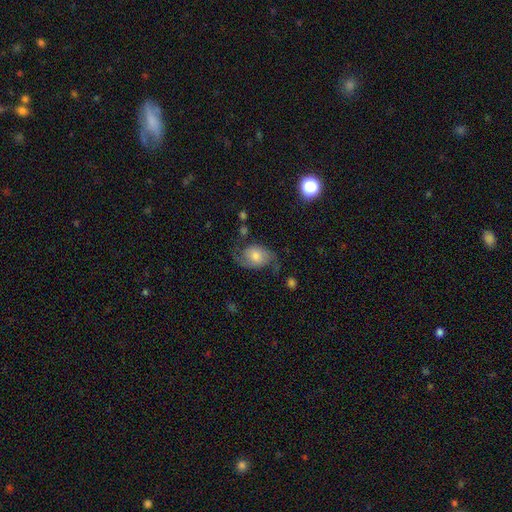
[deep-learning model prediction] This is likely a featured or disk galaxy (65%). It is clearly not viewed edge-on (97%). Bar: likely no (69%). Spiral arm pattern: clearly yes (91%). Spiral arm count: clearly 2 (85%). Spiral winding: marginally loose (44%). Central bulge: possibly moderate (49%). Merging: likely none (61%).